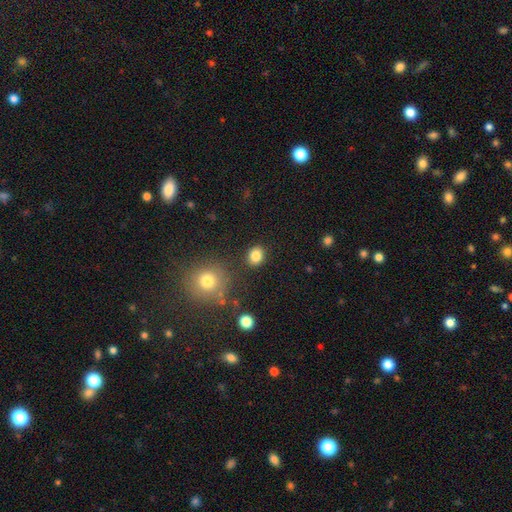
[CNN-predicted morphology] A smooth galaxy with no disk features (84%) that is round (61%).

Vote fractions:
- Smooth or featured? smooth: 84% / star or artifact: 11% / featured or disk: 5%
- How rounded? round: 61% / in between: 38% / cigar-shaped: 1%
- Merging? none: 86% / minor disturbance: 8% / merger: 3% / major disturbance: 3%